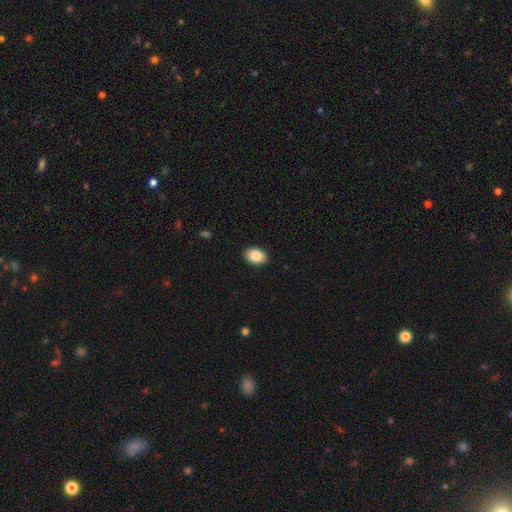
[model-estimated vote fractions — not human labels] smooth 86%, star or artifact 7%, featured or disk 7%. Down the decision tree: how rounded — in between (87%); merging — none (91%).